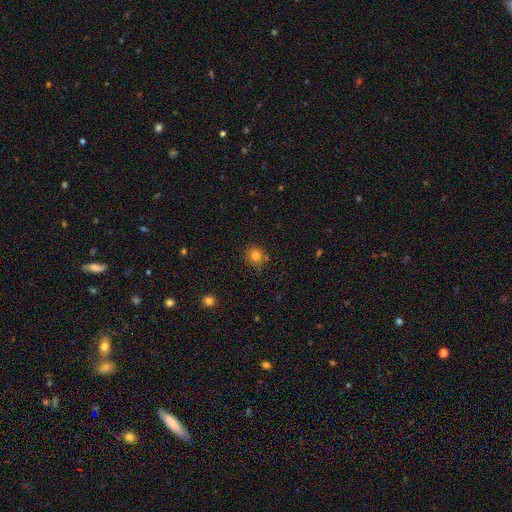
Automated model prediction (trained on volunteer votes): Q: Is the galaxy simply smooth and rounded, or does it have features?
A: smooth — 81%.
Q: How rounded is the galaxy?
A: round — 80%.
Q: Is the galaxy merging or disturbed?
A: none — 81%.